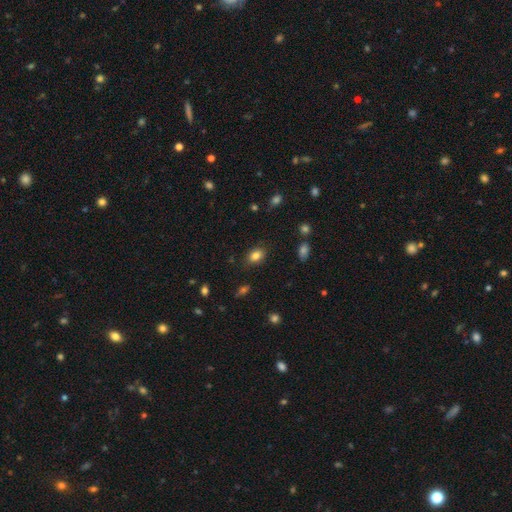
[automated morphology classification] Smooth or featured?
  - smooth: 82% *
  - star or artifact: 10%
  - featured or disk: 7%
How rounded?
  - in between: 76% *
  - round: 23%
  - cigar-shaped: 1%
Merging?
  - none: 82% *
  - minor disturbance: 13%
  - major disturbance: 3%
  - merger: 2%